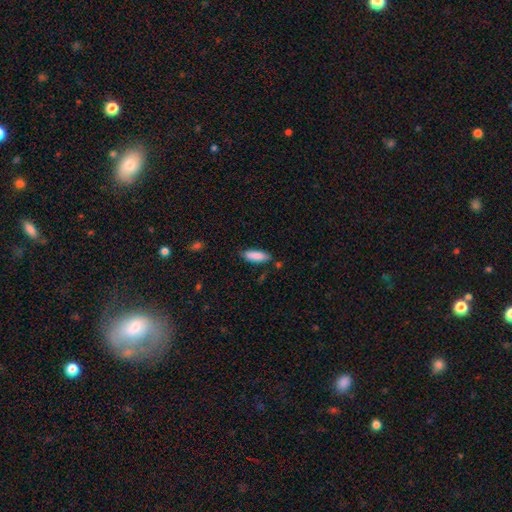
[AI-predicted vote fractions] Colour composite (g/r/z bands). It shows a smooth galaxy with no disk features (87%) that is in between round and cigar-shaped (57%). Merging: none (78%).